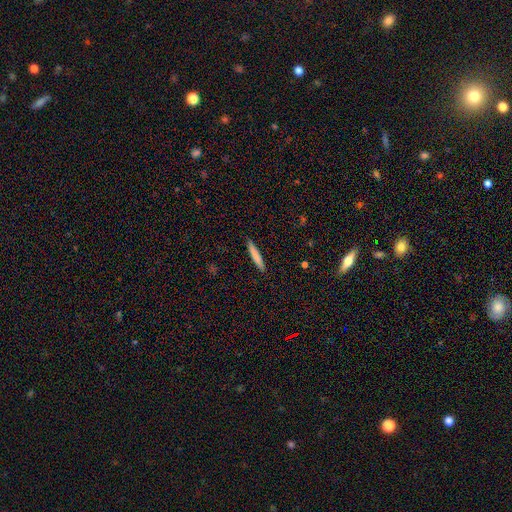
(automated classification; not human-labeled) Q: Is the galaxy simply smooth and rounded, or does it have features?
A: smooth — 79%.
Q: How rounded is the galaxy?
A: cigar-shaped — 94%.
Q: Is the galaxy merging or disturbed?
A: none — 91%.